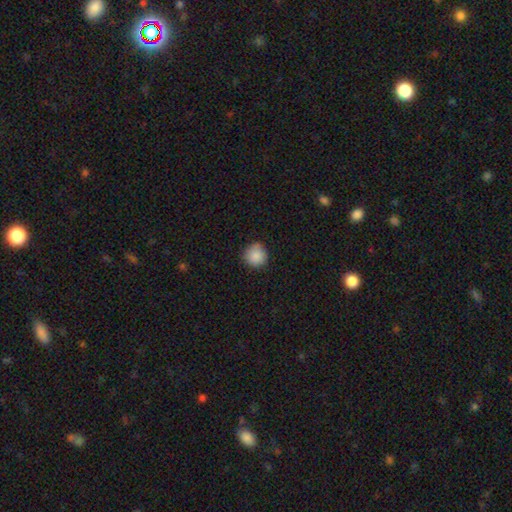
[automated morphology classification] Smooth or featured: smooth — 88% (star or artifact — 8%)
How rounded: round — 93% (in between — 6%)
Merging: none — 85% (minor disturbance — 12%)